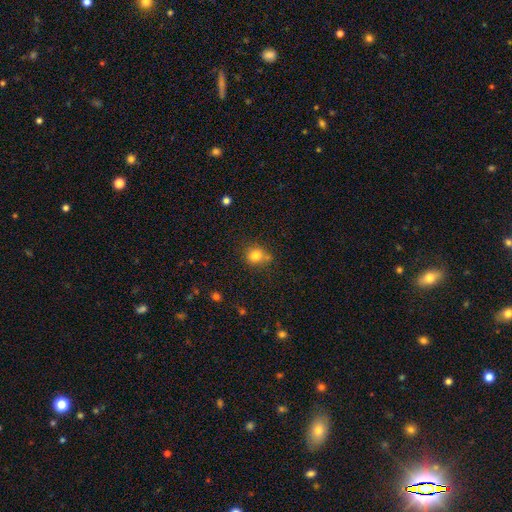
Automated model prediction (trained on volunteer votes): Smooth or featured?
  - smooth: 81% *
  - star or artifact: 12%
  - featured or disk: 7%
How rounded?
  - round: 81% *
  - in between: 18%
  - cigar-shaped: 1%
Merging?
  - none: 67% *
  - minor disturbance: 15%
  - merger: 14%
  - major disturbance: 4%